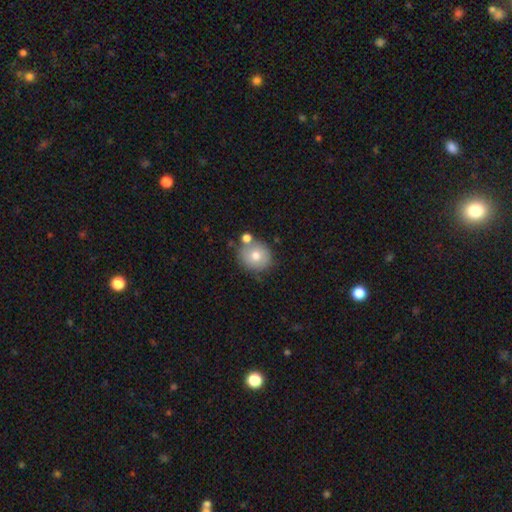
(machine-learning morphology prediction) This is likely a smooth galaxy (72%). How rounded: clearly round (90%). Merging: likely none (68%).